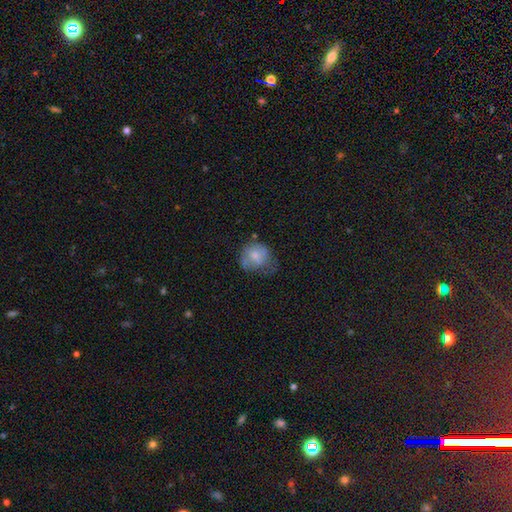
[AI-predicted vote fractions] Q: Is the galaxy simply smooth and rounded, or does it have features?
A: smooth — 64%.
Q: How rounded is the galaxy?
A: round — 67%.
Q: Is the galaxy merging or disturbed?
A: none — 36%.